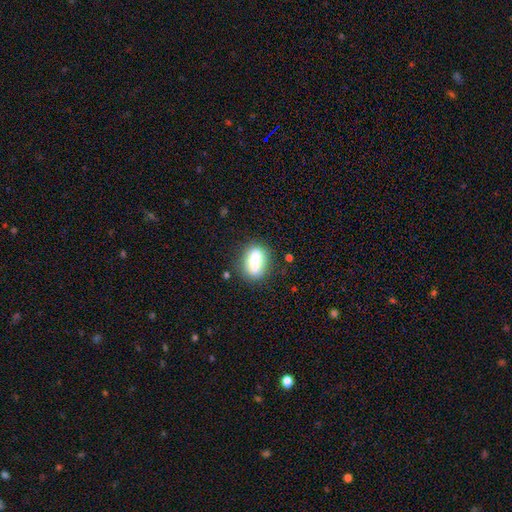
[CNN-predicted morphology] A smooth galaxy with no disk features (61%) that is in between round and cigar-shaped (60%). Merging: none (80%).